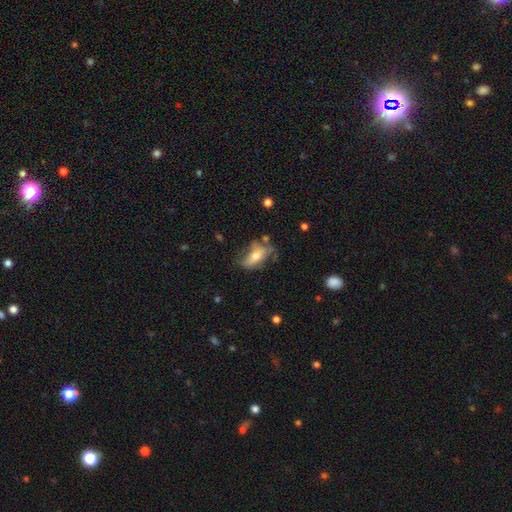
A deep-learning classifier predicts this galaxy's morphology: smooth_or_featured: smooth (p=0.57) [alt: featured or disk p=0.35]
how_rounded: in between (p=0.83) [alt: cigar-shaped p=0.11]
merging: none (p=0.46) [alt: minor disturbance p=0.30]